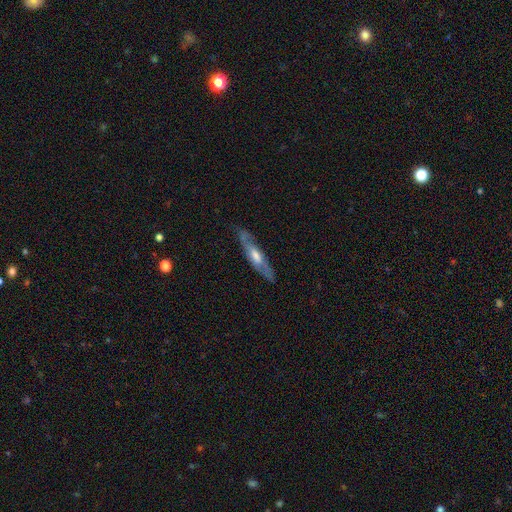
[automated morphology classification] Q: Smooth or featured?
A: featured or disk (63%); runner-up: smooth (31%)
Q: Edge-on disk?
A: yes (60%); runner-up: no (40%)
Q: Merging?
A: none (77%); runner-up: minor disturbance (16%)